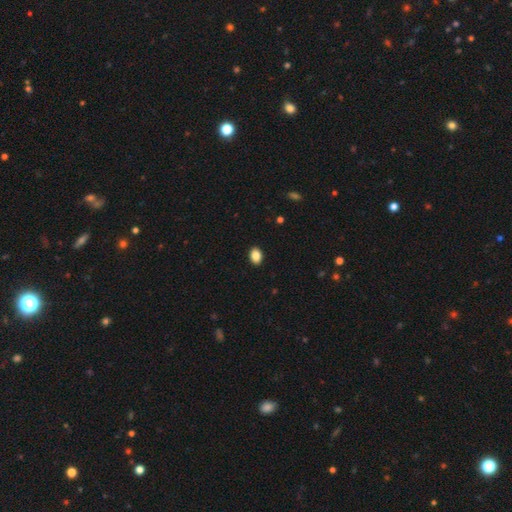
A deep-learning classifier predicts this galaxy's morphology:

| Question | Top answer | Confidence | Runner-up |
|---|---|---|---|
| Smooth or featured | smooth | 87% | star or artifact (8%) |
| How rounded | in between | 80% | round (19%) |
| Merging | none | 91% | minor disturbance (7%) |